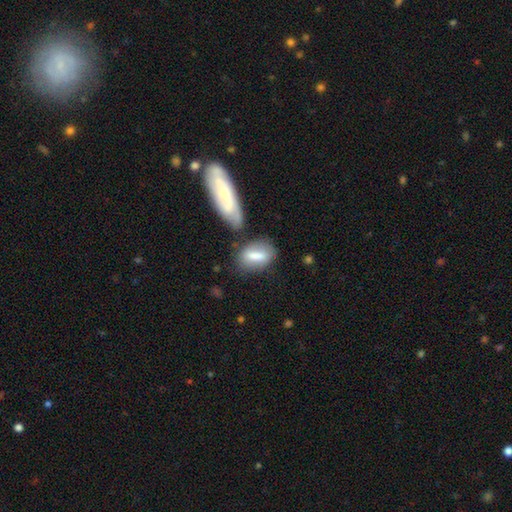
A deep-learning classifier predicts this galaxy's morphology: smooth 72%, featured or disk 21%, star or artifact 7%. Down the decision tree: how rounded — in between (80%); merging — none (53%).